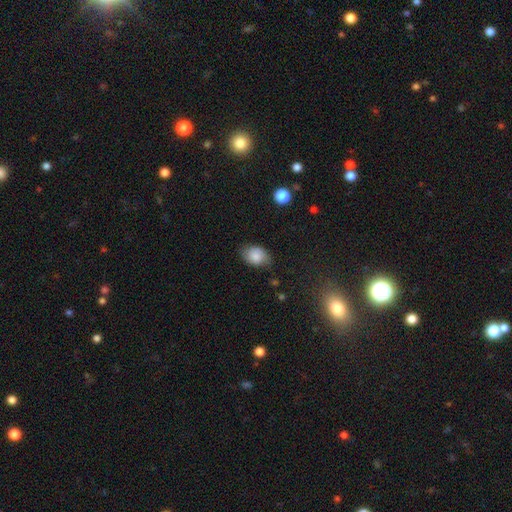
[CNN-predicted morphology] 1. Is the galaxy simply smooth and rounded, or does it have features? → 76% smooth, 15% featured or disk, 9% star or artifact.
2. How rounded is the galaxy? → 74% in between, 25% round, 1% cigar-shaped.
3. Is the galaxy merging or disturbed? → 67% none, 26% minor disturbance, 6% major disturbance, 2% merger.